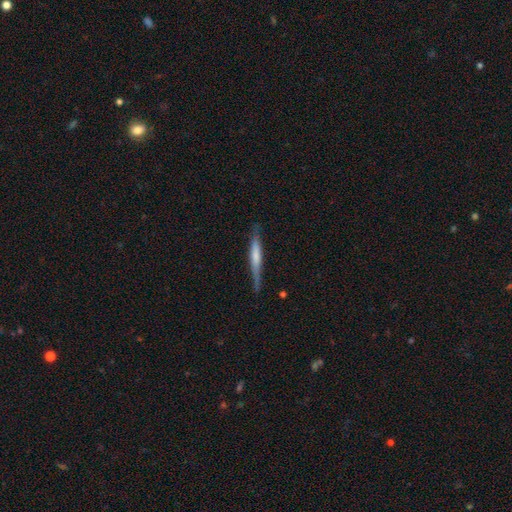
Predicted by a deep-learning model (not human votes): Smooth or featured: smooth — 50% (featured or disk — 45%)
Merging: none — 80% (minor disturbance — 15%)